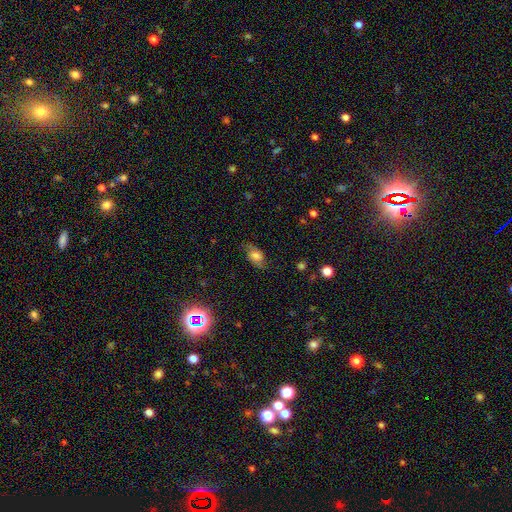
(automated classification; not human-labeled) This is possibly a smooth galaxy (54%). How rounded: clearly in between (84%). Merging: likely none (71%).